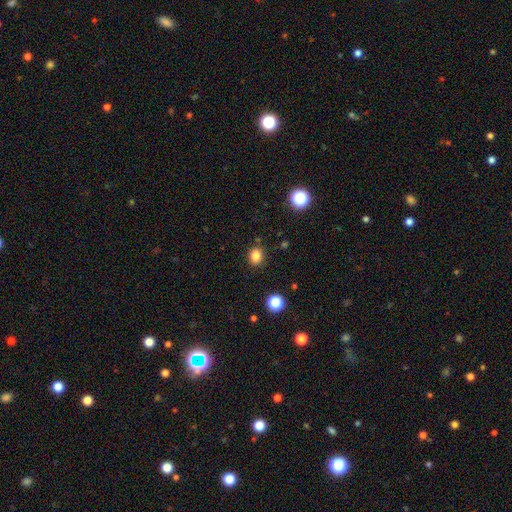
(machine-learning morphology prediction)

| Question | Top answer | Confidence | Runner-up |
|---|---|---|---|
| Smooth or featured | smooth | 83% | star or artifact (13%) |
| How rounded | round | 65% | in between (34%) |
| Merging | none | 87% | minor disturbance (8%) |